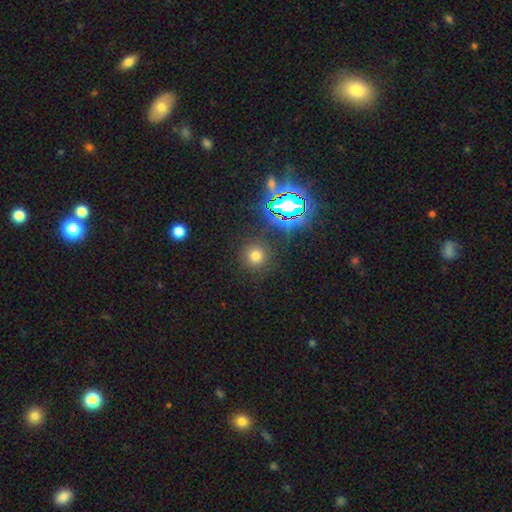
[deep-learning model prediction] This appears to be a smooth galaxy with no disk features (66%) that is round (93%). Merging: none (88%).